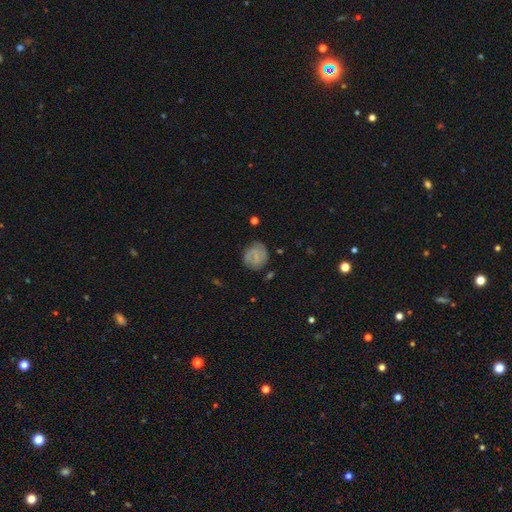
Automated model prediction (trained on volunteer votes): This is possibly a featured or disk galaxy (49%). Merging: likely none (71%).